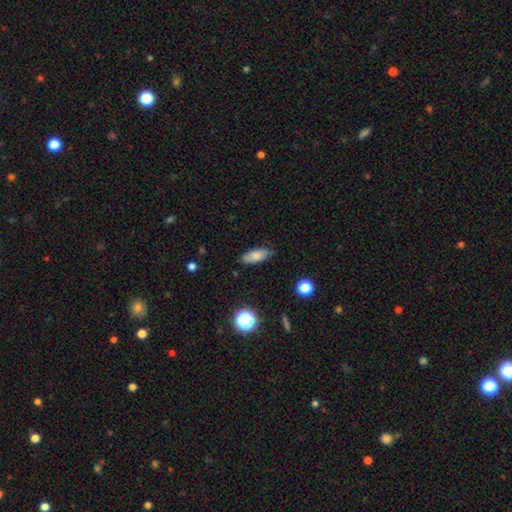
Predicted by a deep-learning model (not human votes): Overall: smooth (79%). How rounded: in between (74%). Merging: none (82%).